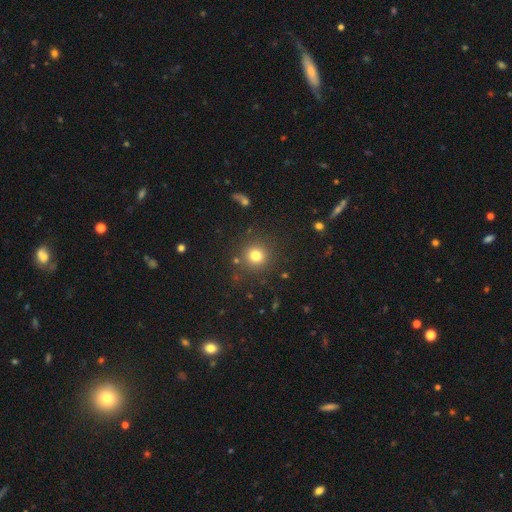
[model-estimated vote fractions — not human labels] smooth 78%, star or artifact 15%, featured or disk 7%. Down the decision tree: how rounded — round (93%); merging — none (87%).